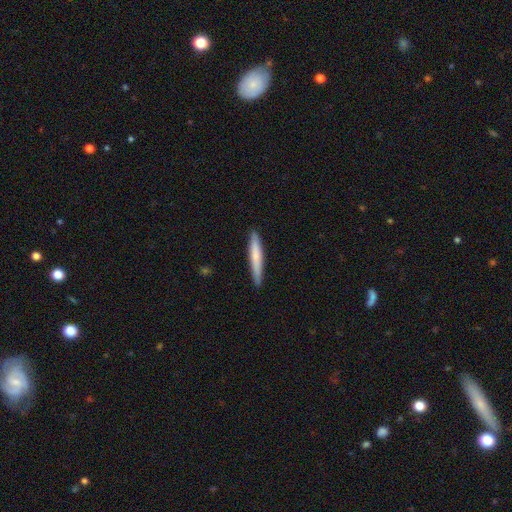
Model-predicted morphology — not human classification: Smooth or featured: smooth — 65% (featured or disk — 30%)
How rounded: cigar-shaped — 95% (in between — 4%)
Merging: none — 89% (minor disturbance — 8%)